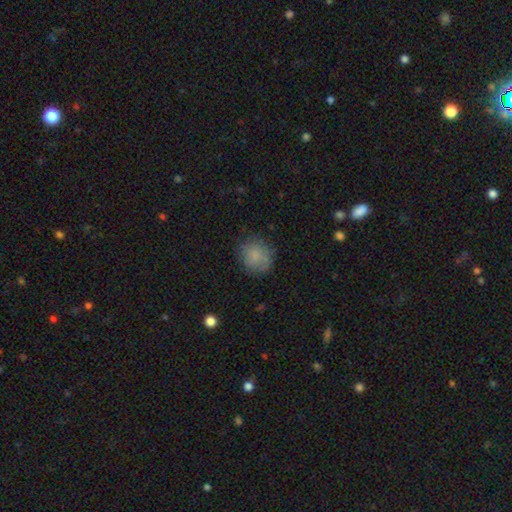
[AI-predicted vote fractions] Overall: smooth (80%). How rounded: round (81%). Merging: none (74%).